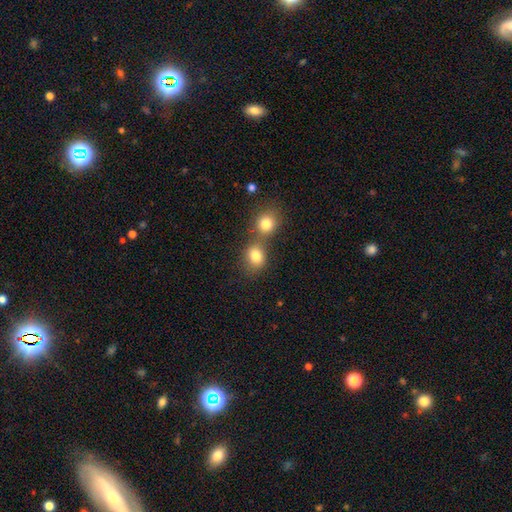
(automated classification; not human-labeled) The model was most divided on "merging": merger: 45%, none: 43%, minor disturbance: 8%, major disturbance: 4%. More confident: smooth or featured — smooth (81%); how rounded — round (63%).